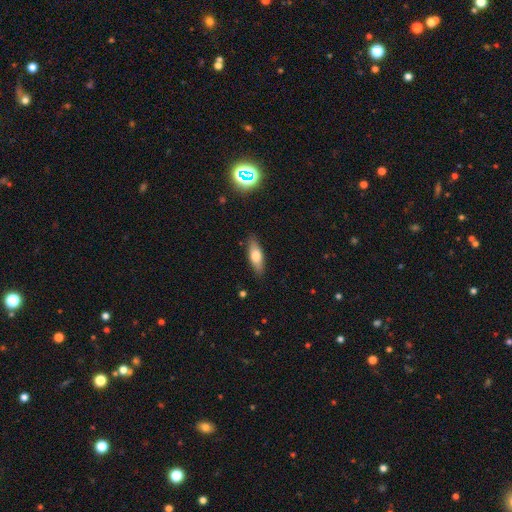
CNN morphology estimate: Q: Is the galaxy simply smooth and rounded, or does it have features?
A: smooth — 66%.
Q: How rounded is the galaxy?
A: in between — 61%.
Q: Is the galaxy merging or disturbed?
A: none — 86%.